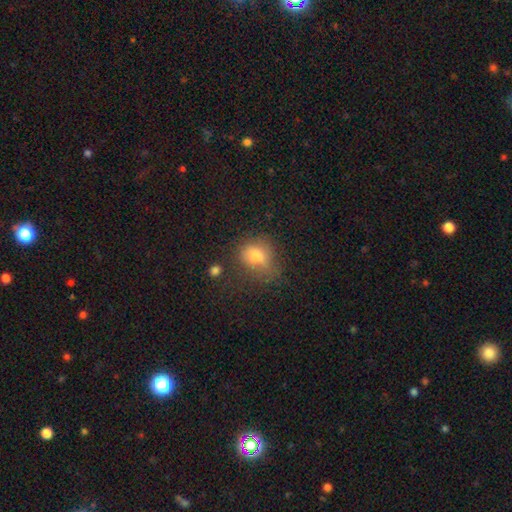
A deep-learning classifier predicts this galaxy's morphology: Smooth or featured? smooth (74%)
How rounded? round (52%)
Merging? none (43%)